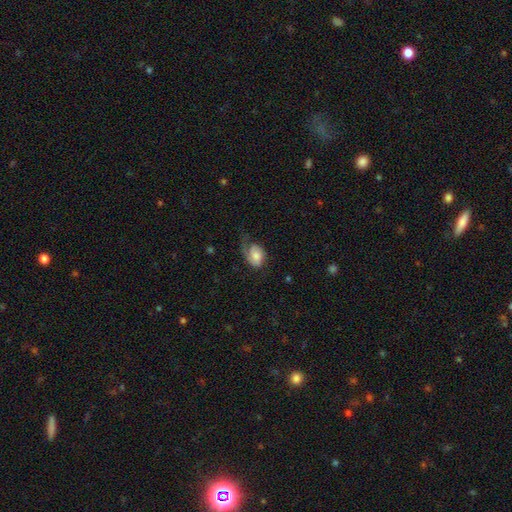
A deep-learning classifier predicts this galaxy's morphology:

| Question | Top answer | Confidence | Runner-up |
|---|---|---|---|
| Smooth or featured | smooth | 51% | featured or disk (41%) |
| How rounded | in between | 77% | round (21%) |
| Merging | major disturbance | 36% | none (34%) |